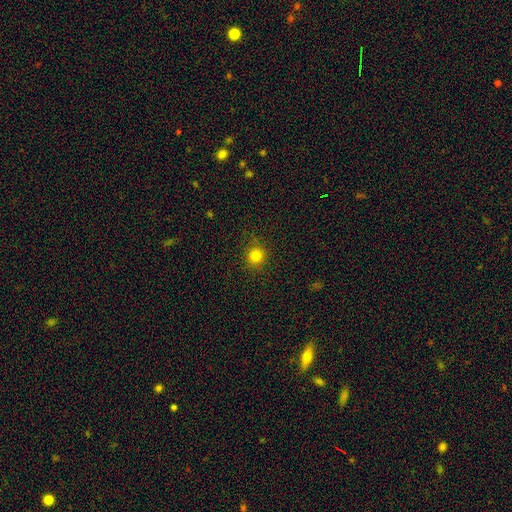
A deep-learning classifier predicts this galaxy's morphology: A smooth galaxy with no disk features (82%) that is round (91%). Merging: none (88%).